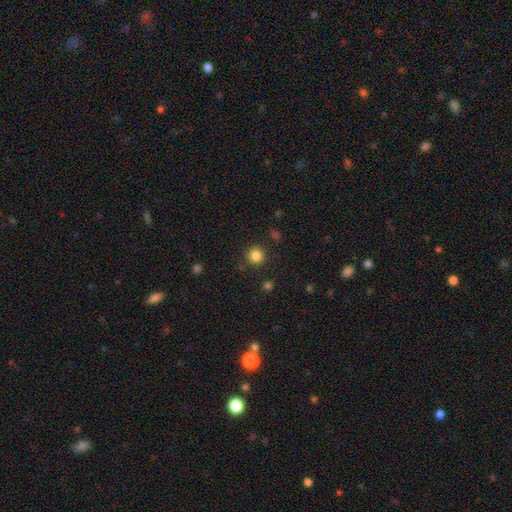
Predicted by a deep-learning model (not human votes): Morphology: type=smooth (84%); roundness=round (90%); merging=none (89%).